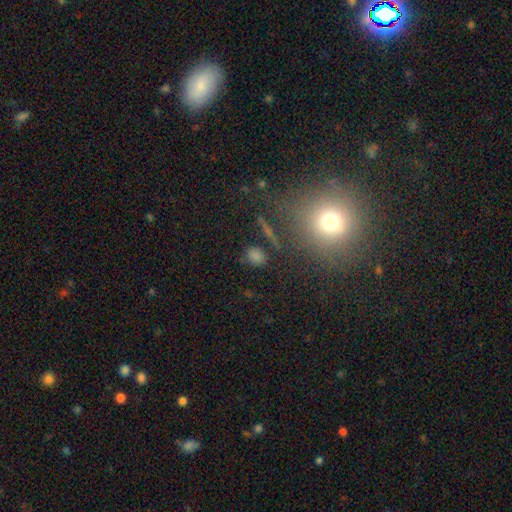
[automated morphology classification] Overall: smooth (65%). How rounded: round (54%; in between 37%). Merging: none (80%).